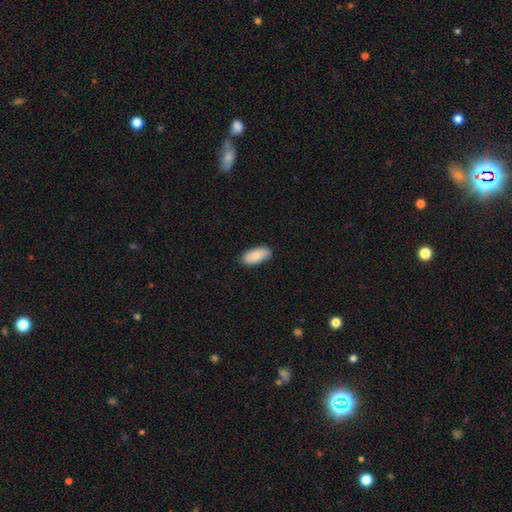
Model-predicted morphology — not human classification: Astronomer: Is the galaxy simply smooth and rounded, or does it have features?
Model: smooth — 87%.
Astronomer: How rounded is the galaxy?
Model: in between — 90%.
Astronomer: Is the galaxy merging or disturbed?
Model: none — 88%.